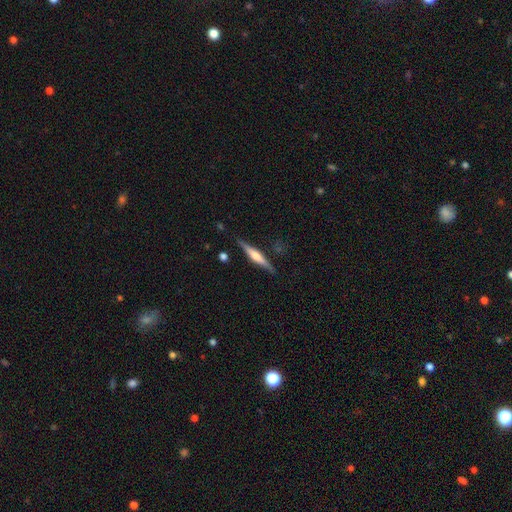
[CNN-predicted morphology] The model was most divided on "smooth or featured": featured or disk: 71%, smooth: 24%, star or artifact: 6%. More confident: edge-on disk — yes (97%); merging — none (87%); edge-on bulge — rounded (82%).